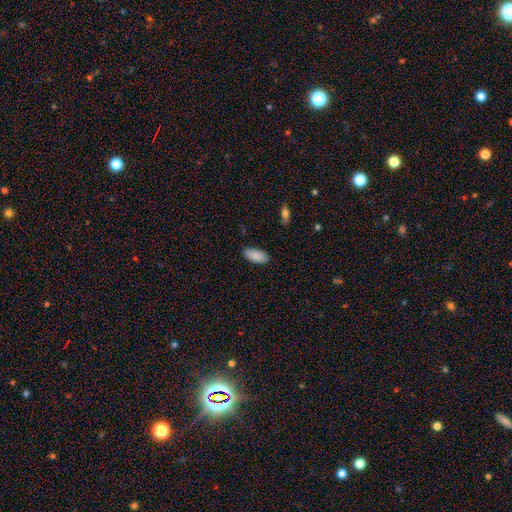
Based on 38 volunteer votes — smooth_or_featured: smooth (p=0.92) [alt: featured or disk p=0.05]
how_rounded: in between (p=0.89) [alt: cigar-shaped p=0.09]
merging: none (p=0.89) [alt: major disturbance p=0.05]